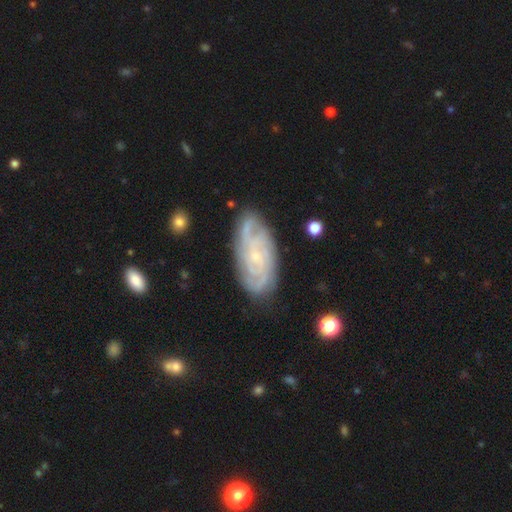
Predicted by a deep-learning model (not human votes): This appears to be a featured or disk galaxy (80%) with no bar (70%), tight (64%) spiral arms (95%) and a small central bulge (77%). Merging: none (79%).